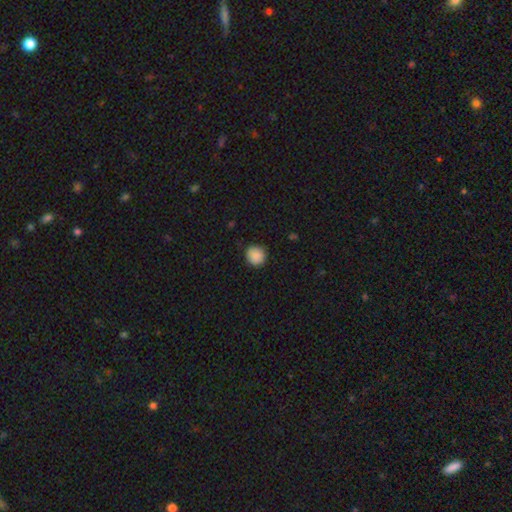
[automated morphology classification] Smooth or featured?
  - smooth: 88% *
  - star or artifact: 8%
  - featured or disk: 4%
How rounded?
  - round: 91% *
  - in between: 8%
  - cigar-shaped: 1%
Merging?
  - none: 85% *
  - minor disturbance: 12%
  - major disturbance: 2%
  - merger: 1%